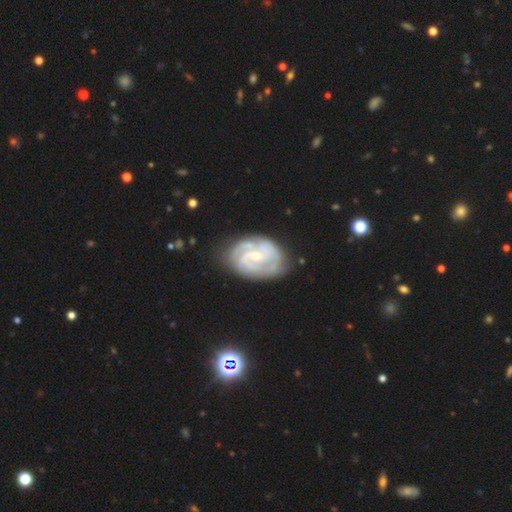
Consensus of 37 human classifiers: This appears to be a featured or disk galaxy (84%) with no bar (60%), 2 (54%) tight (68%) spiral arms (93%) and a small central bulge (73%). Merging: none (80%).